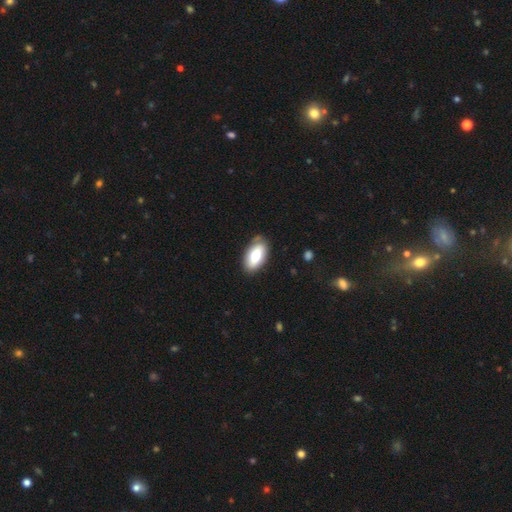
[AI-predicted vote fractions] smooth_or_featured: smooth (p=0.73) [alt: featured or disk p=0.21]
how_rounded: in between (p=0.93) [alt: cigar-shaped p=0.04]
merging: none (p=0.81) [alt: minor disturbance p=0.15]